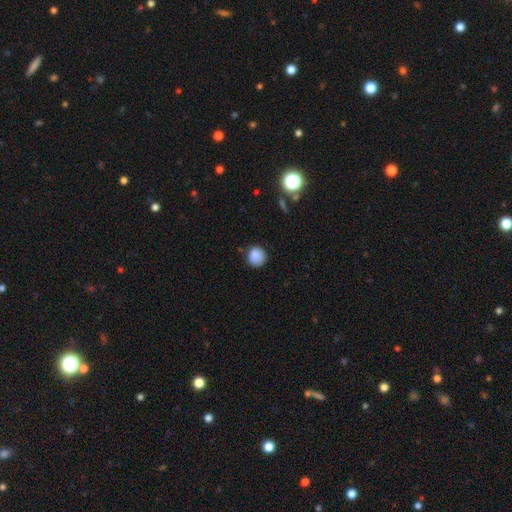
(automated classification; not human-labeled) Smooth or featured? smooth (87%)
How rounded? round (90%)
Merging? none (83%)